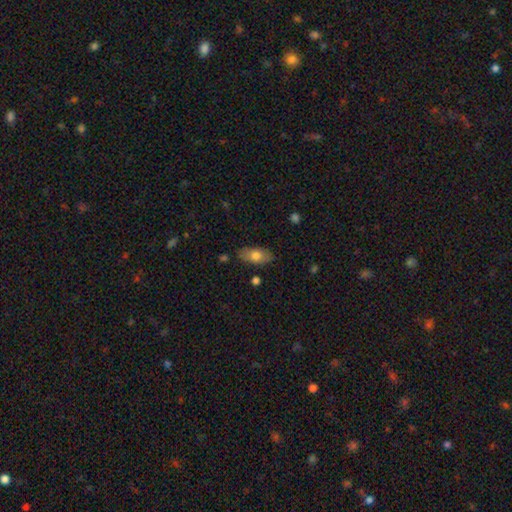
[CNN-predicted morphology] Smooth or featured?
  - smooth: 74% *
  - featured or disk: 19%
  - star or artifact: 7%
How rounded?
  - in between: 88% *
  - cigar-shaped: 8%
  - round: 4%
Merging?
  - none: 82% *
  - minor disturbance: 13%
  - major disturbance: 3%
  - merger: 2%